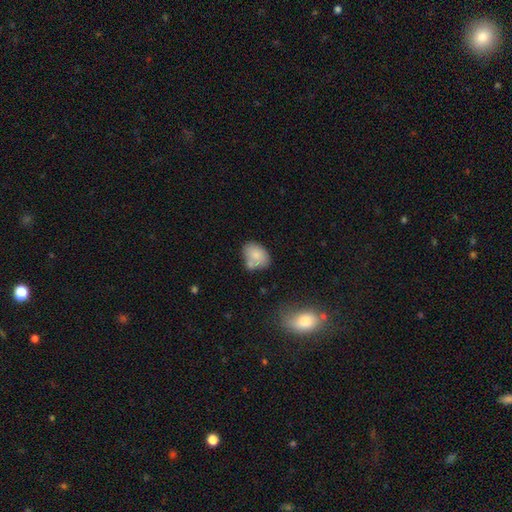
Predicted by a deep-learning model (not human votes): A smooth galaxy with no disk features (79%) that is in between round and cigar-shaped (73%). Merging: none (50%).